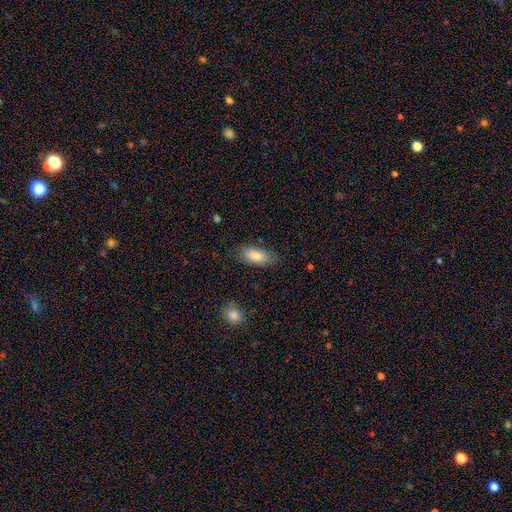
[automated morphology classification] Smooth or featured?
  - smooth: 82% *
  - featured or disk: 11%
  - star or artifact: 7%
How rounded?
  - in between: 84% *
  - cigar-shaped: 13%
  - round: 3%
Merging?
  - none: 79% *
  - minor disturbance: 16%
  - major disturbance: 3%
  - merger: 2%